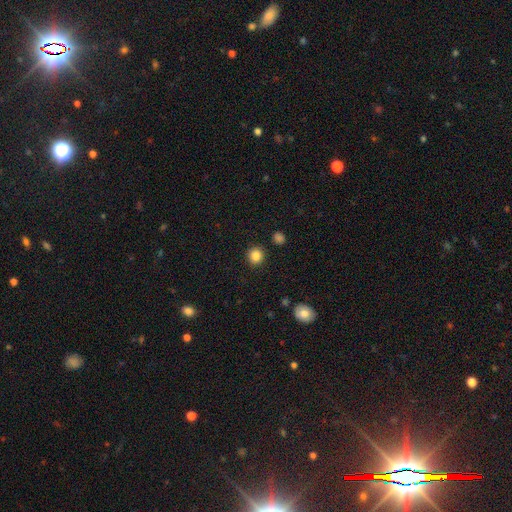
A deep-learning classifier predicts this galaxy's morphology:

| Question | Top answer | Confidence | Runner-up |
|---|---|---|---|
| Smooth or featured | smooth | 85% | star or artifact (11%) |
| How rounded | round | 92% | in between (7%) |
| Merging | none | 91% | minor disturbance (6%) |